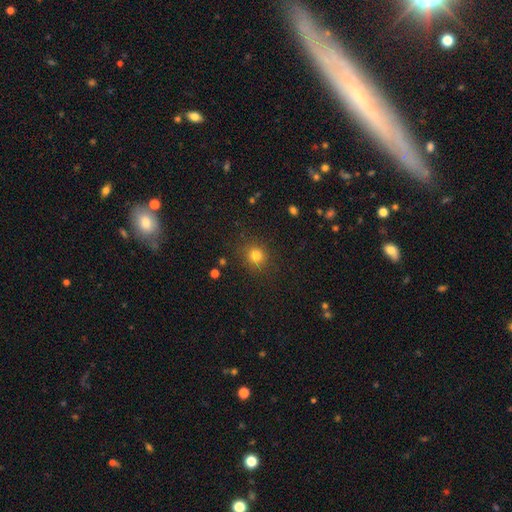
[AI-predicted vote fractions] smooth 81%, star or artifact 14%, featured or disk 5%. Down the decision tree: how rounded — round (85%); merging — none (85%).